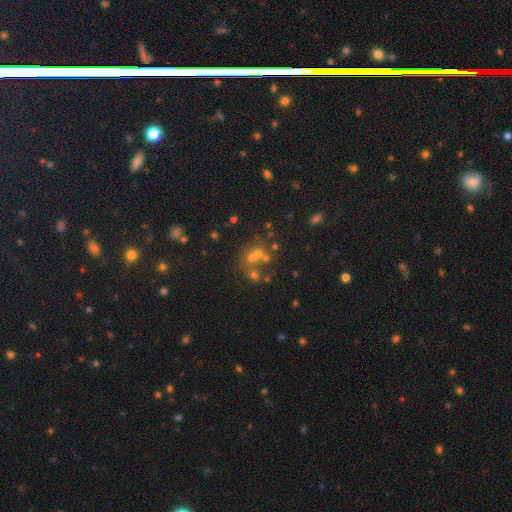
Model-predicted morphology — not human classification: type=smooth (42%); merging=none (47%).